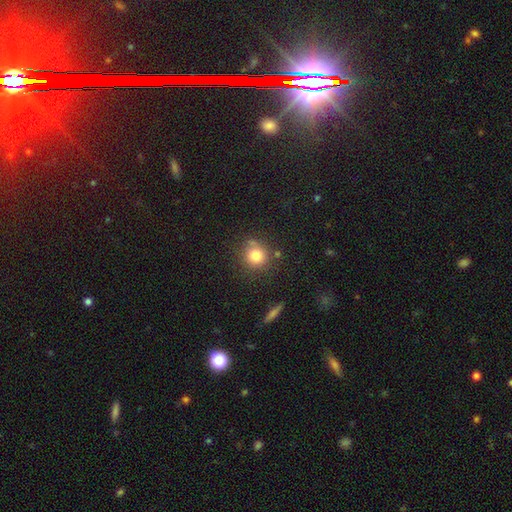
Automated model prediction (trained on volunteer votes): smooth-or-featured: smooth: 79% | star or artifact: 12% | featured or disk: 9%
  how-rounded: round: 89% | in between: 10% | cigar-shaped: 1%
  merging: none: 74% | minor disturbance: 14% | merger: 7% | major disturbance: 4%